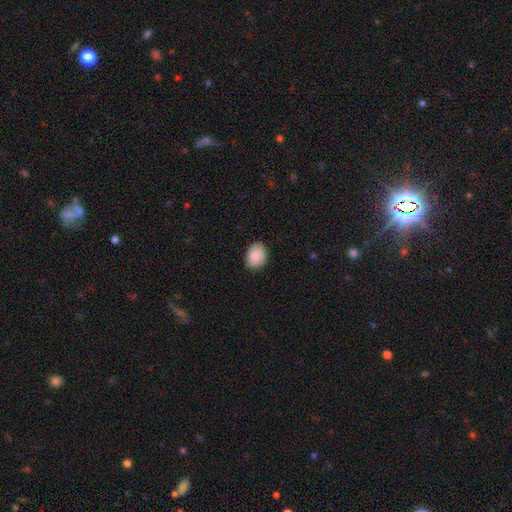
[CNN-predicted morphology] type=smooth (88%); roundness=in between (71%); merging=none (84%).